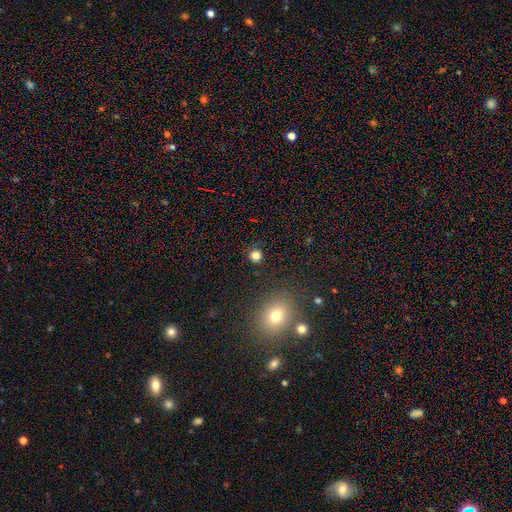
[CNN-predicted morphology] This is clearly a smooth galaxy (81%). How rounded: clearly round (91%). Merging: clearly none (89%).